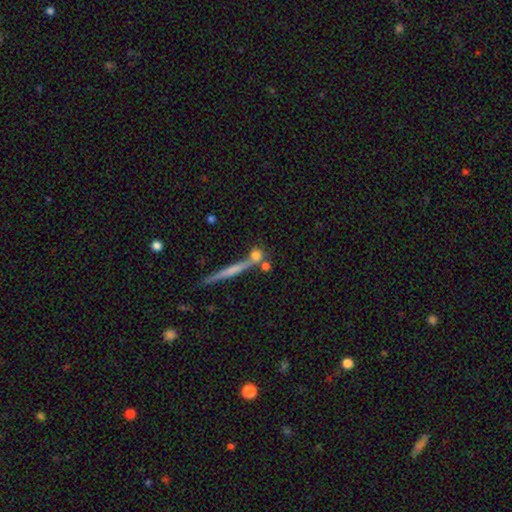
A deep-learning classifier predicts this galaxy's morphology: smooth-or-featured: smooth: 67% | featured or disk: 20% | star or artifact: 13%
  how-rounded: round: 72% | cigar-shaped: 17% | in between: 11%
  merging: none: 61% | merger: 24% | minor disturbance: 9% | major disturbance: 5%